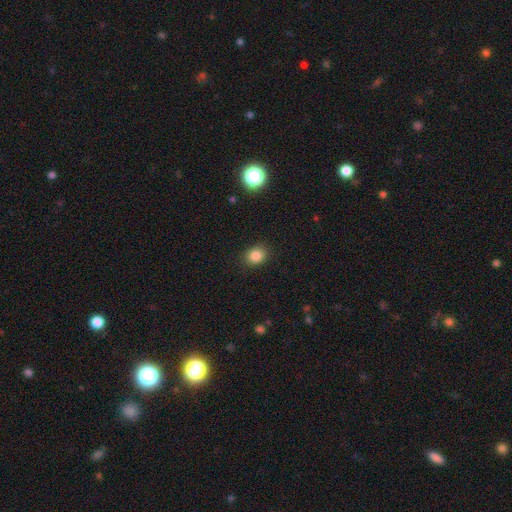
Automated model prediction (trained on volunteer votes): smooth 84%, star or artifact 11%, featured or disk 5%. Down the decision tree: how rounded — round (58%); merging — none (86%).